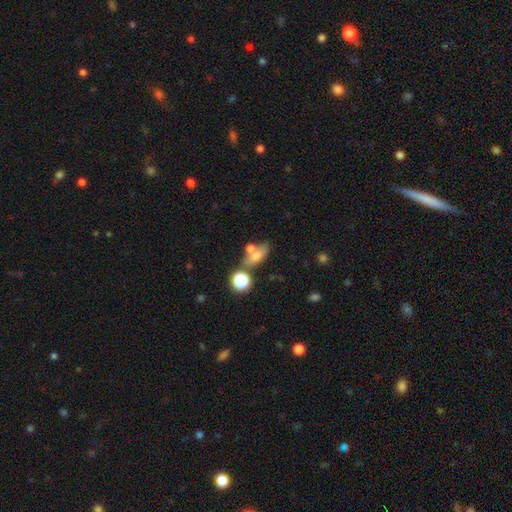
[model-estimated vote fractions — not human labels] smooth_or_featured: smooth (p=0.67) [alt: featured or disk p=0.19]
how_rounded: in between (p=0.71) [alt: round p=0.18]
merging: none (p=0.48) [alt: merger p=0.30]